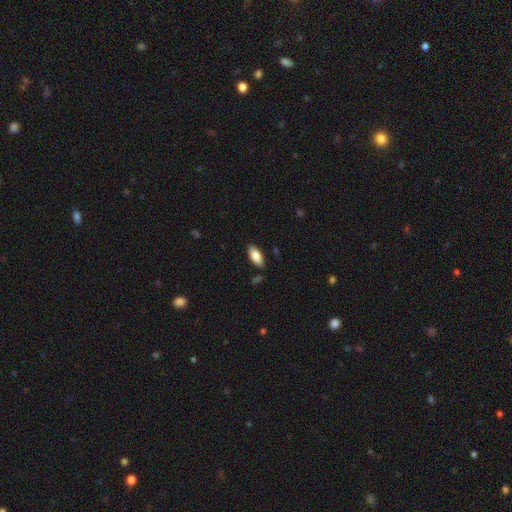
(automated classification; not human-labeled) Smooth or featured? Predicted: smooth (p=0.83). How rounded? Predicted: in between (p=0.87). Merging? Predicted: none (p=0.85).